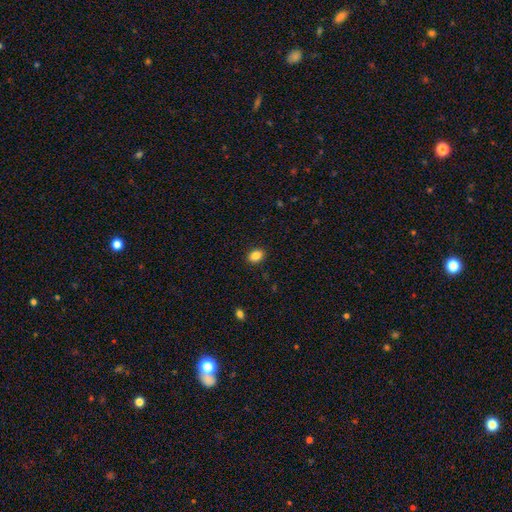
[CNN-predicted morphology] smooth-or-featured: smooth: 87% | star or artifact: 9% | featured or disk: 4%
  how-rounded: in between: 70% | round: 29% | cigar-shaped: 1%
  merging: none: 90% | minor disturbance: 7% | major disturbance: 2% | merger: 1%